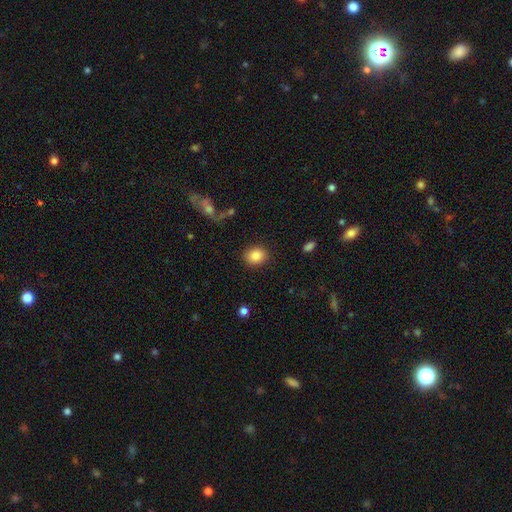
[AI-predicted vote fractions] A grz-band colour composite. It shows a smooth galaxy with no disk features (86%) that is round (62%). Merging: none (87%).